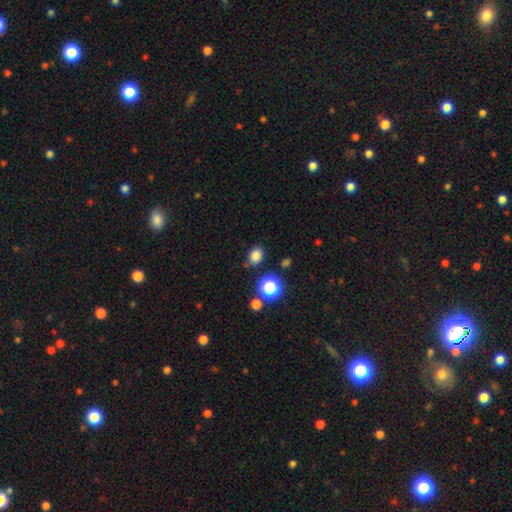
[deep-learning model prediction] Overall: smooth (80%). How rounded: in between (51%; round 48%). Merging: none (81%).